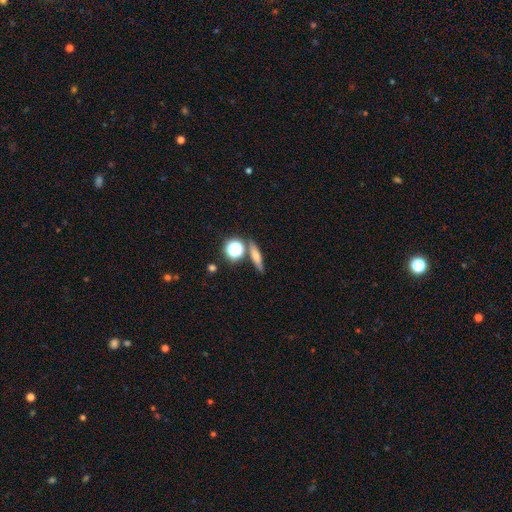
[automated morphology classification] The model was most divided on "smooth or featured": smooth: 54%, featured or disk: 31%, star or artifact: 15%. More confident: merging — none (77%); how rounded — cigar-shaped (60%).